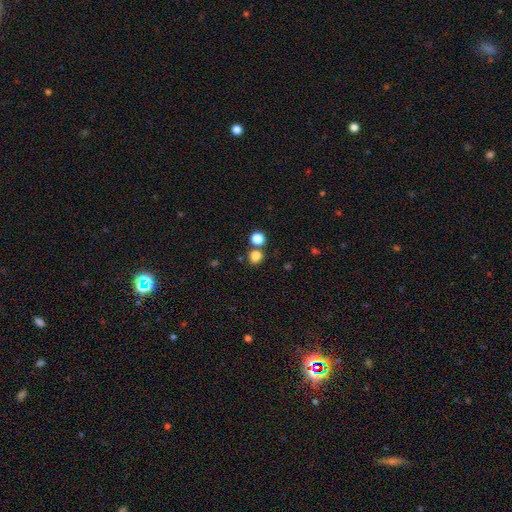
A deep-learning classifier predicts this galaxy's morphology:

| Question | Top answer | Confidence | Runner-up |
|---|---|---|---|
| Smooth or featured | smooth | 81% | star or artifact (14%) |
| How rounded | round | 71% | in between (28%) |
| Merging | none | 64% | merger (23%) |